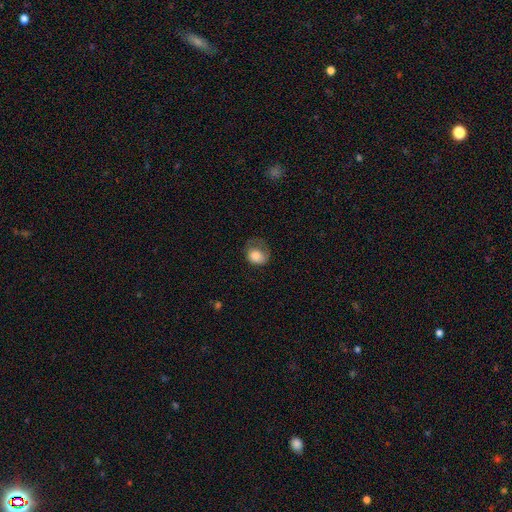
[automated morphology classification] A smooth galaxy with no disk features (78%) that is round (55%).

Vote fractions:
- Smooth or featured? smooth: 78% / featured or disk: 14% / star or artifact: 8%
- How rounded? round: 55% / in between: 44% / cigar-shaped: 1%
- Merging? major disturbance: 38% / none: 30% / minor disturbance: 30% / merger: 2%